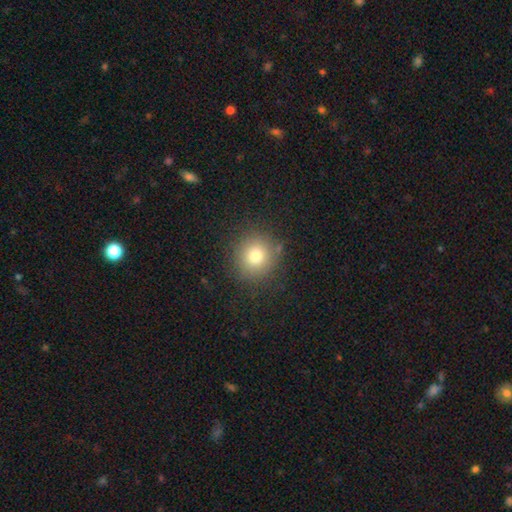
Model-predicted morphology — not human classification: Smooth or featured? smooth (77%)
How rounded? round (91%)
Merging? none (87%)